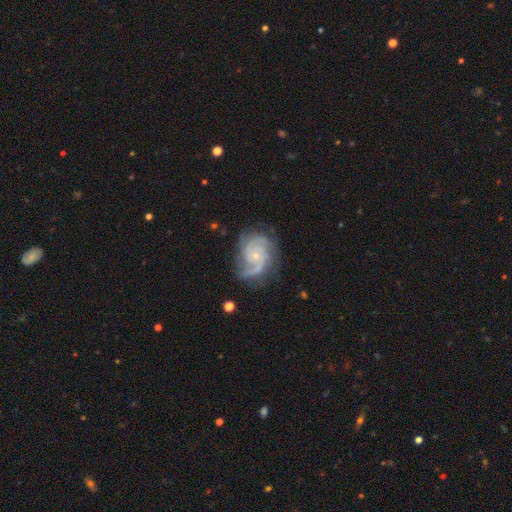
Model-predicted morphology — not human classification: smooth-or-featured: featured or disk: 89% | smooth: 6% | star or artifact: 5%
  disk-edge-on: no: 98% | yes: 2%
    bar: no: 73% | weak: 22% | strong: 4%
    has-spiral-arms: yes: 98% | no: 2%
      spiral-winding: tight: 52% | medium: 40% | loose: 8%
      spiral-arm-count: 3: 41% | 2: 29% | can't tell: 12% | 4: 8% | 1: 5% | more than 4: 5%
    bulge-size: small: 77% | moderate: 18% | none: 3% | large: 1% | dominant: 1%
  merging: none: 71% | minor disturbance: 19% | major disturbance: 8% | merger: 2%